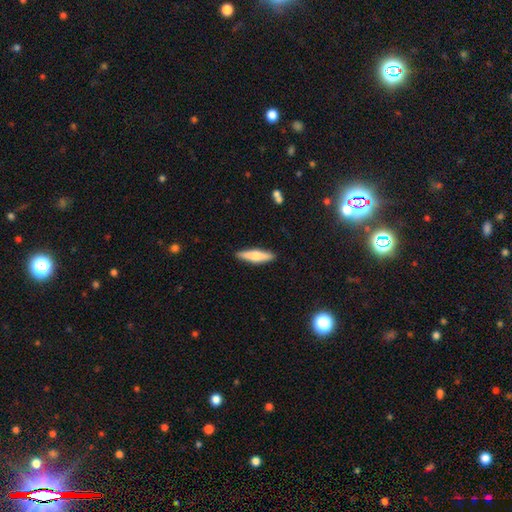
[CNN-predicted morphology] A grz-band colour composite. It shows a smooth galaxy with no disk features (59%) that is cigar-shaped (78%). Merging: none (89%).